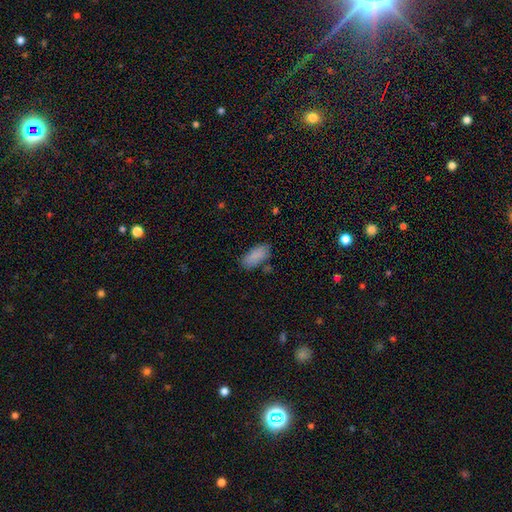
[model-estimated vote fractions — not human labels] A smooth galaxy with no disk features (86%) that is in between round and cigar-shaped (90%). Merging: none (71%).